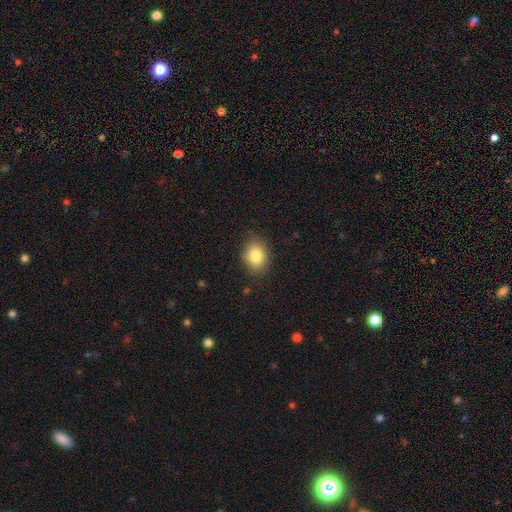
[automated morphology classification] This appears to be a smooth galaxy with no disk features (84%) that is in between round and cigar-shaped (59%). Merging: none (82%).